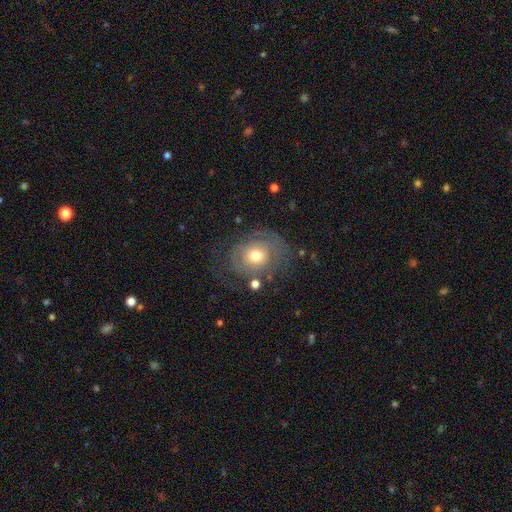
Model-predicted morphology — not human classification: Overall: featured or disk (53%; smooth 37%). Edge-on disk: no (96%). Bar: no (83%). Spiral arms: yes (66%; no 34%). Bulge size: moderate (71%). Merging: none (58%; minor disturbance 21%).